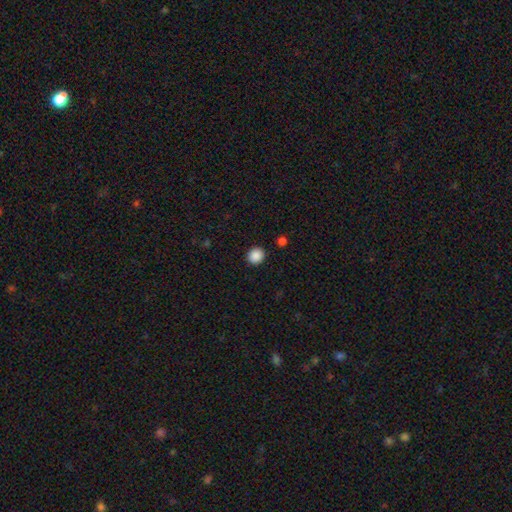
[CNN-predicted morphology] Smooth or featured: smooth — 88% (star or artifact — 9%)
How rounded: round — 88% (in between — 12%)
Merging: none — 91% (minor disturbance — 5%)